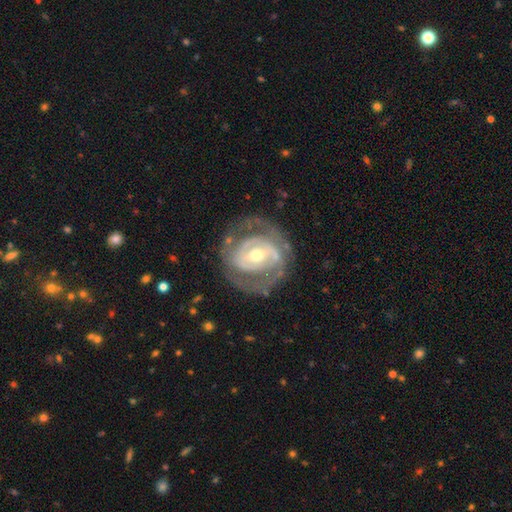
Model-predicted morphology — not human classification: Smooth or featured? Predicted: featured or disk (p=0.83). Edge-on disk? Predicted: no (p=0.96). Bar? Predicted: weak (p=0.40). Spiral arms? Predicted: yes (p=0.78). Spiral winding? Predicted: tight (p=0.53). Spiral arm count? Predicted: 2 (p=0.61). Bulge size? Predicted: moderate (p=0.59). Merging? Predicted: none (p=0.71).